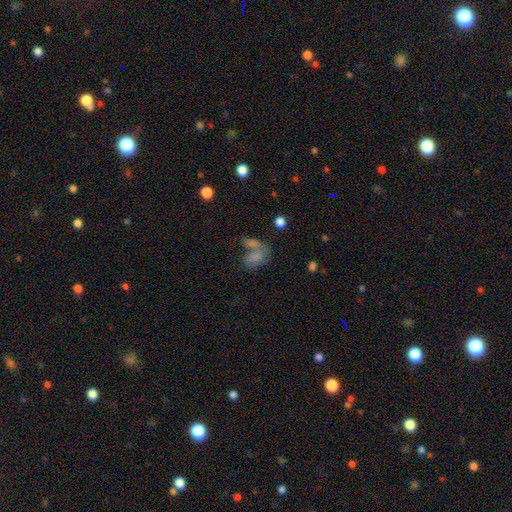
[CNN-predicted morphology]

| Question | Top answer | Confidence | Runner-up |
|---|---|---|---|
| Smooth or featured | smooth | 71% | featured or disk (17%) |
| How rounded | in between | 84% | round (13%) |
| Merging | merger | 47% | none (29%) |